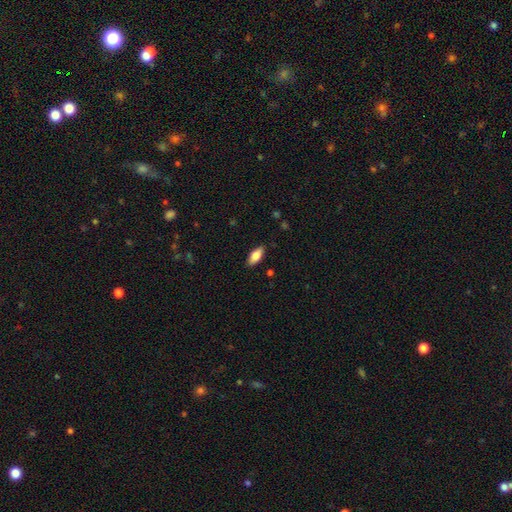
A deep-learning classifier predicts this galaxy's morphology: Smooth or featured? Predicted: smooth (p=0.82). How rounded? Predicted: in between (p=0.85). Merging? Predicted: none (p=0.86).